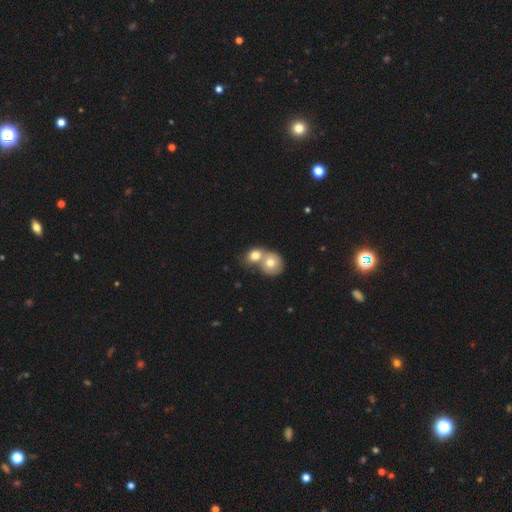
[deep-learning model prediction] The model was most divided on "how rounded": round: 66%, in between: 33%, cigar-shaped: 1%. More confident: smooth or featured — smooth (73%); merging — merger (70%).